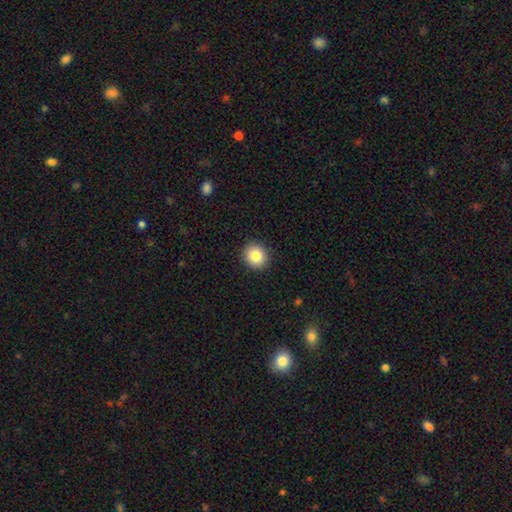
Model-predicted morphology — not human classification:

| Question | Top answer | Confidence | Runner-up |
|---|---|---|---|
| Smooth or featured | smooth | 84% | star or artifact (9%) |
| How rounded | round | 84% | in between (16%) |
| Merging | none | 92% | minor disturbance (6%) |